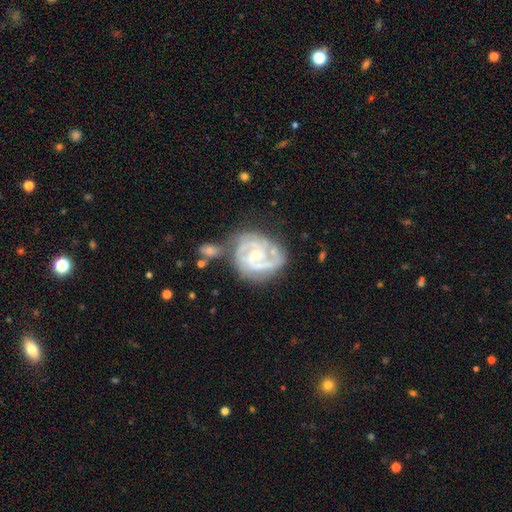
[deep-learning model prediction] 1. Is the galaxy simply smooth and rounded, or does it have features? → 88% featured or disk, 7% smooth, 5% star or artifact.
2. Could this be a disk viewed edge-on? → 98% no, 2% yes.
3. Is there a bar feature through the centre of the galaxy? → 57% no, 33% weak, 9% strong.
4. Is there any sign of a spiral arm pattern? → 96% yes, 4% no.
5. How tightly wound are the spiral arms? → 62% tight, 32% medium, 6% loose.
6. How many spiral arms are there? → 48% 2, 25% 3, 15% can't tell, 5% 4, 4% 1, 3% more than 4.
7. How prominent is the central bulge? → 58% small, 39% moderate, 2% none, 1% large, 1% dominant.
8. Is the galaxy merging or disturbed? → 50% none, 23% minor disturbance, 15% merger, 12% major disturbance.